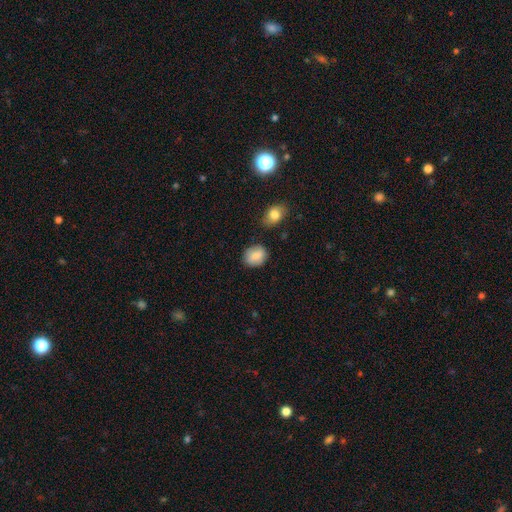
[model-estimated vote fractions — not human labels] This is clearly a smooth galaxy (85%). How rounded: possibly in between (51%). Merging: likely none (78%).